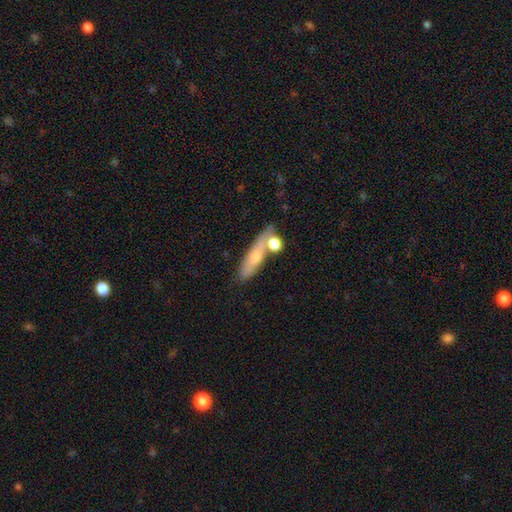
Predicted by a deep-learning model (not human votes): This is likely a smooth galaxy (60%). How rounded: likely cigar-shaped (61%). Merging: possibly none (56%).